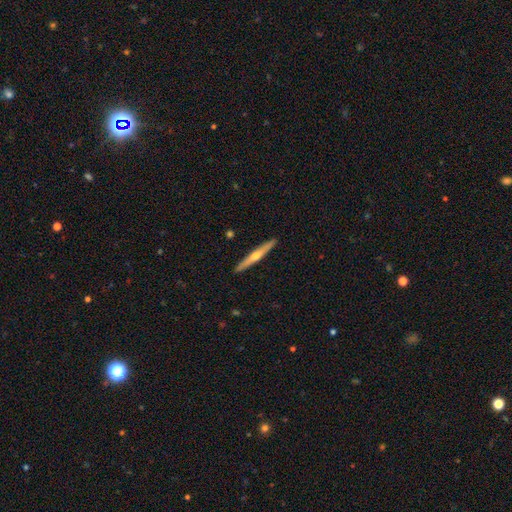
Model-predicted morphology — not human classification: Smooth or featured: featured or disk — 63% (smooth — 32%)
Edge-on disk: yes — 97% (no — 3%)
Edge-on bulge: rounded — 85% (none — 12%)
Merging: none — 92% (minor disturbance — 6%)